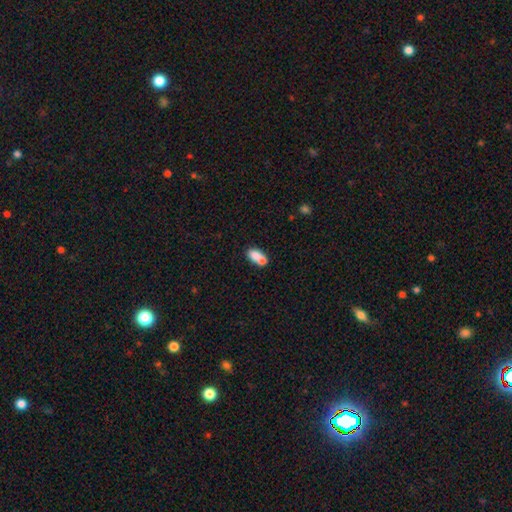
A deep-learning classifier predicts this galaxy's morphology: A smooth galaxy with no disk features (76%) that is in between round and cigar-shaped (84%). Merging: merger (54%).